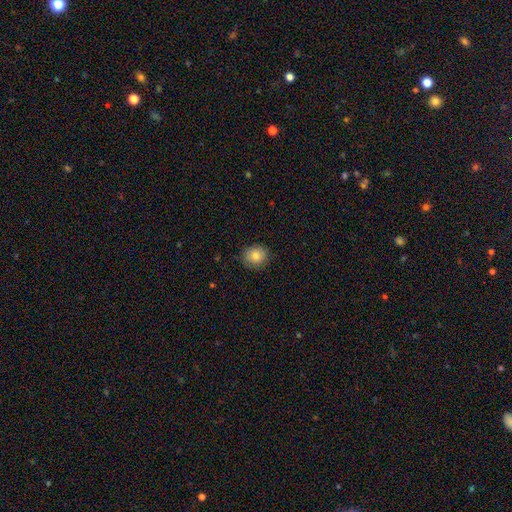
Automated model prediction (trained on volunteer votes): smooth 83%, star or artifact 9%, featured or disk 8%. Down the decision tree: how rounded — round (73%); merging — none (86%).